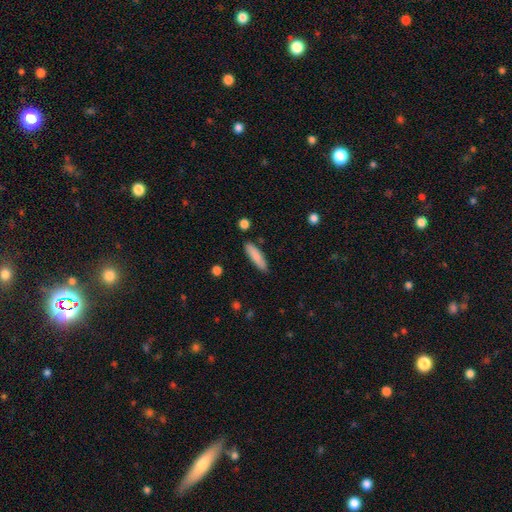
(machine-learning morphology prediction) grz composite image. It shows a smooth galaxy with no disk features (85%) that is cigar-shaped (72%). Merging: none (86%).